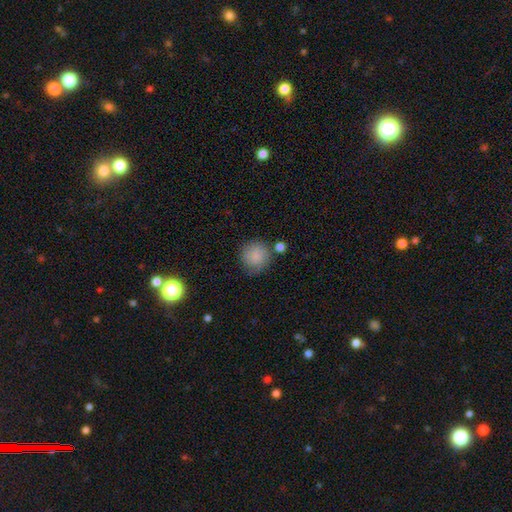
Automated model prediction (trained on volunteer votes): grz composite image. It shows a smooth galaxy with no disk features (86%) that is round (92%). Merging: none (74%).